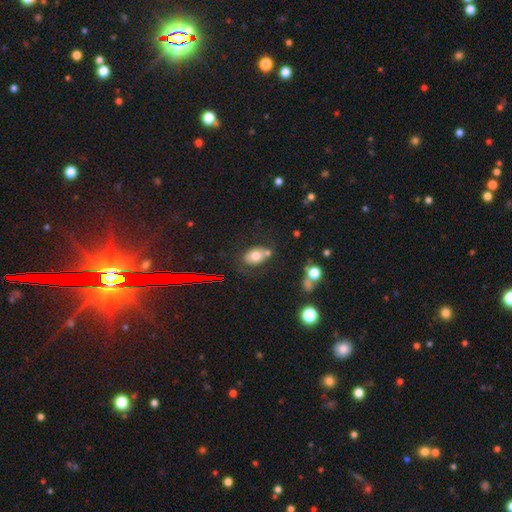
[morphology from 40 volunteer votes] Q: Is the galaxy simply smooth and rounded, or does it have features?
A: smooth — 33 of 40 (82%).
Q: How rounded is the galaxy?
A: in between — 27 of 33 (82%).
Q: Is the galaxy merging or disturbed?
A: none — 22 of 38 (58%).